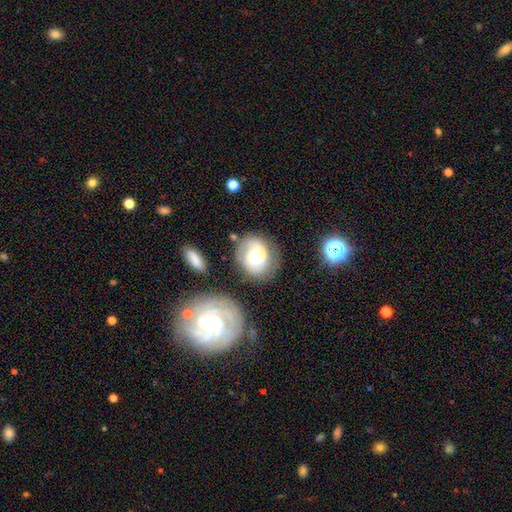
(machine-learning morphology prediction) Overall: featured or disk (47%; smooth 45%). Merging: none (69%).